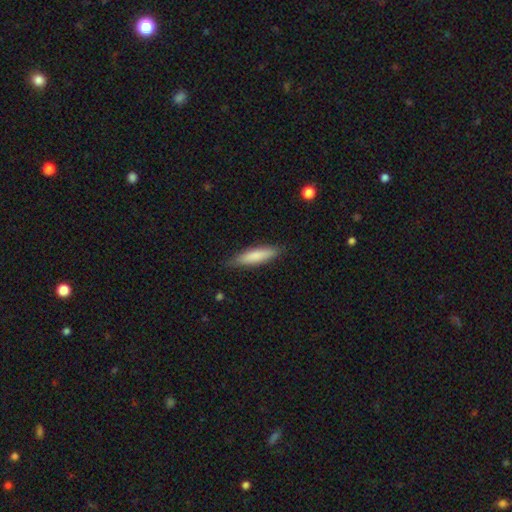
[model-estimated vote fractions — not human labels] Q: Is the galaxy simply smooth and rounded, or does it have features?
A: smooth — 80%.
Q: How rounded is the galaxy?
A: cigar-shaped — 76%.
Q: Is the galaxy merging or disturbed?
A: none — 82%.